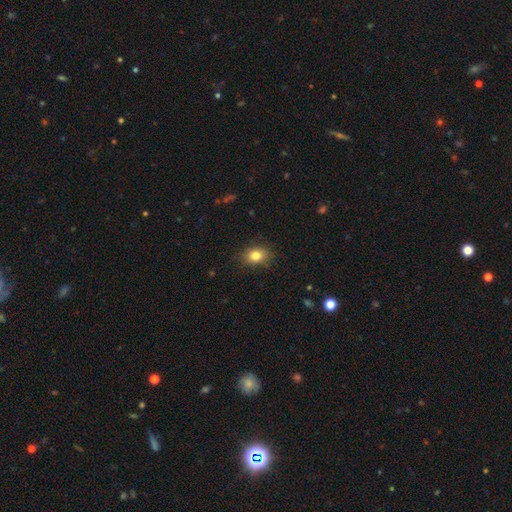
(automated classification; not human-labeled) A smooth galaxy with no disk features (83%) that is in between round and cigar-shaped (68%).

Vote fractions:
- Smooth or featured? smooth: 83% / star or artifact: 10% / featured or disk: 8%
- How rounded? in between: 68% / round: 31% / cigar-shaped: 1%
- Merging? none: 84% / minor disturbance: 12% / major disturbance: 3% / merger: 1%